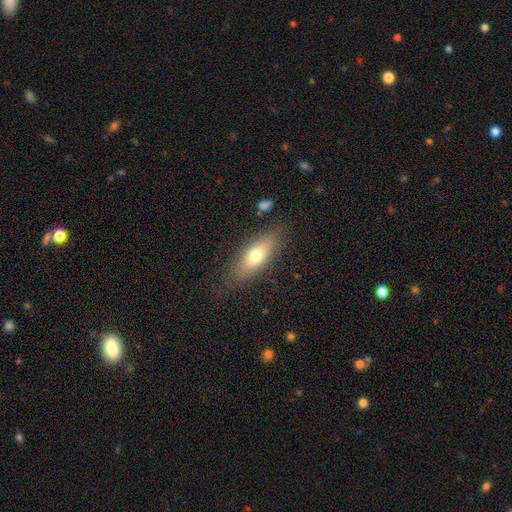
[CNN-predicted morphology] Smooth or featured?
  - smooth: 67% *
  - featured or disk: 26%
  - star or artifact: 8%
How rounded?
  - in between: 63% *
  - cigar-shaped: 34%
  - round: 3%
Merging?
  - none: 80% *
  - minor disturbance: 14%
  - major disturbance: 4%
  - merger: 2%